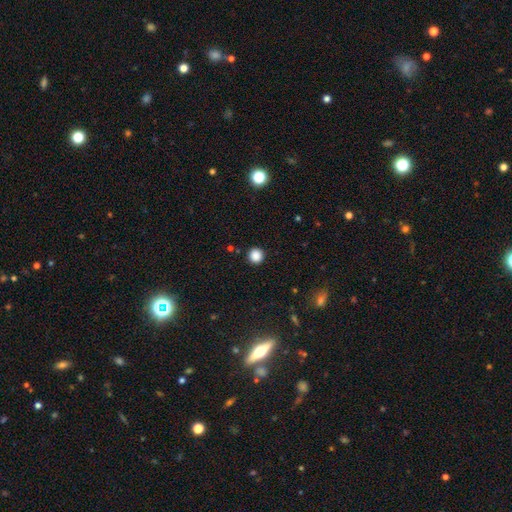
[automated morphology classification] Q: Smooth or featured?
A: smooth (86%); runner-up: star or artifact (11%)
Q: How rounded?
A: round (94%); runner-up: in between (5%)
Q: Merging?
A: none (92%); runner-up: minor disturbance (5%)